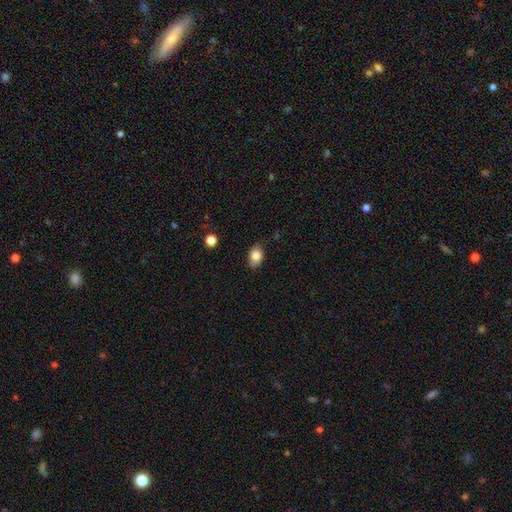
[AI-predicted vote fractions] This appears to be a smooth galaxy with no disk features (83%) that is in between round and cigar-shaped (79%). Merging: none (81%).